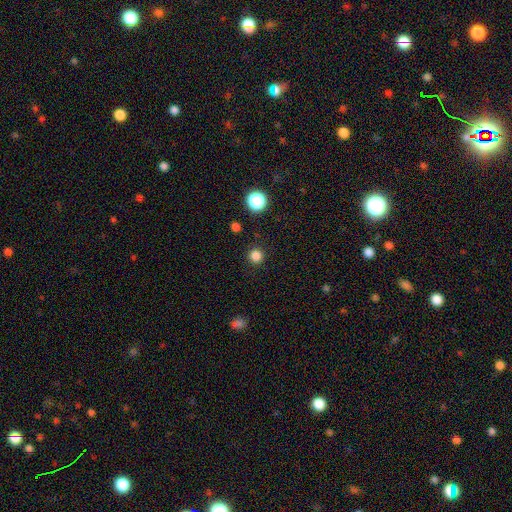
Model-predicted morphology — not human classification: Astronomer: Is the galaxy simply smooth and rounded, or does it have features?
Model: smooth — 83%.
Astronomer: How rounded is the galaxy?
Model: round — 95%.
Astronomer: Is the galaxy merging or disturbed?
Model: none — 92%.